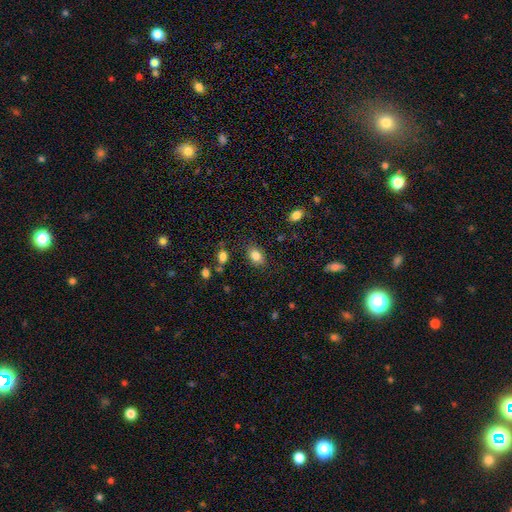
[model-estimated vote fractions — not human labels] Smooth or featured? smooth (84%)
How rounded? in between (81%)
Merging? none (81%)